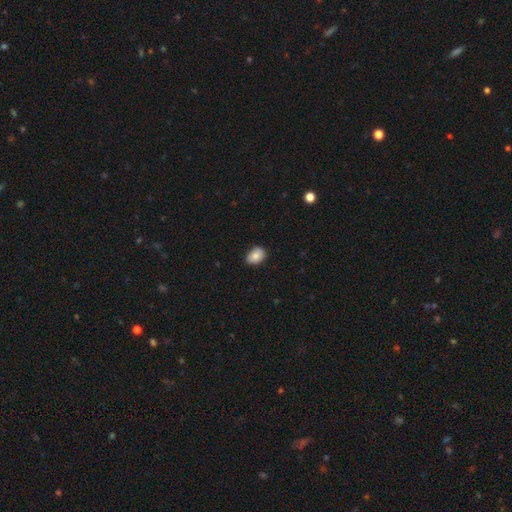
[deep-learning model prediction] Smooth or featured?
  - smooth: 82% *
  - featured or disk: 10%
  - star or artifact: 8%
How rounded?
  - in between: 78% *
  - round: 21%
  - cigar-shaped: 1%
Merging?
  - none: 81% *
  - minor disturbance: 16%
  - major disturbance: 2%
  - merger: 1%